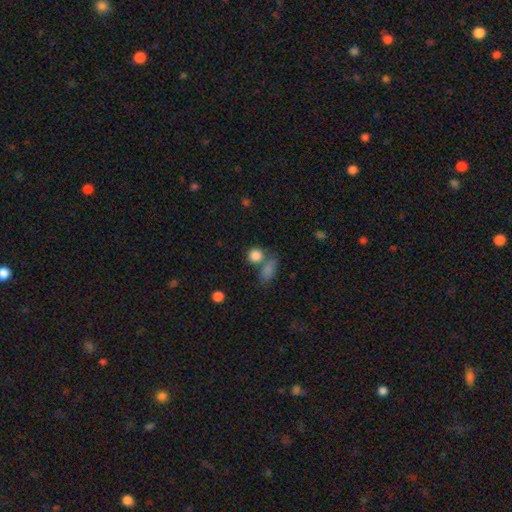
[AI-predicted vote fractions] Smooth or featured: smooth — 84% (star or artifact — 10%)
How rounded: round — 77% (in between — 21%)
Merging: none — 53% (merger — 31%)